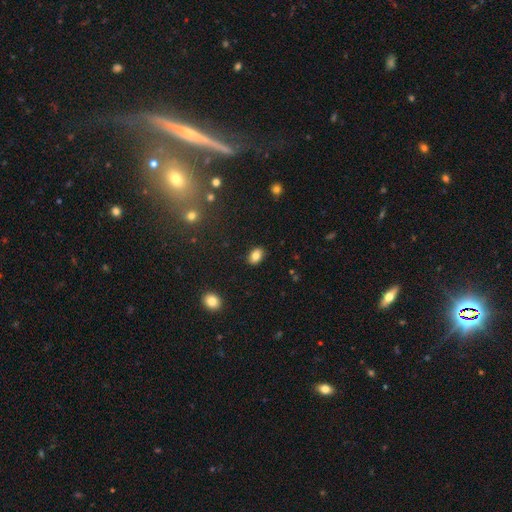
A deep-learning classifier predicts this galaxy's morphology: smooth 82%, star or artifact 9%, featured or disk 9%. Down the decision tree: how rounded — in between (81%); merging — none (88%).